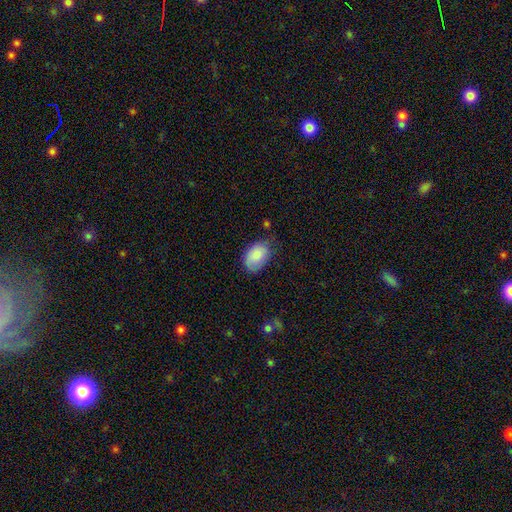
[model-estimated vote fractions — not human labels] A smooth galaxy with no disk features (85%) that is in between round and cigar-shaped (87%).

Vote fractions:
- Smooth or featured? smooth: 85% / featured or disk: 9% / star or artifact: 7%
- How rounded? in between: 87% / round: 12% / cigar-shaped: 1%
- Merging? none: 65% / minor disturbance: 28% / major disturbance: 6% / merger: 2%